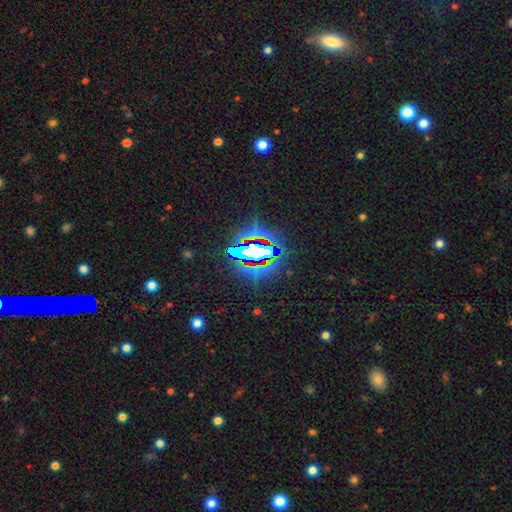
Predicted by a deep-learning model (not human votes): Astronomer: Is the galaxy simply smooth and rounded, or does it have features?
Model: star or artifact — 67%.